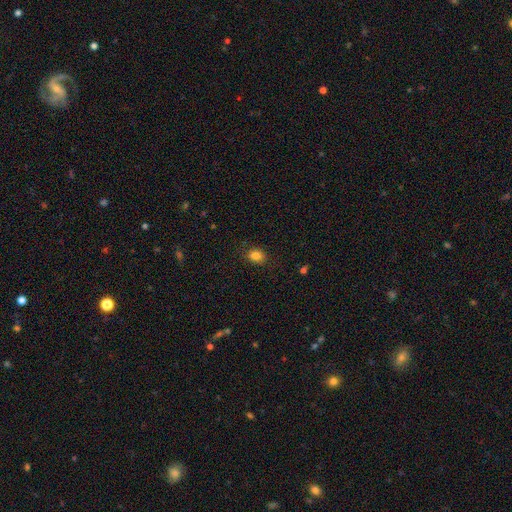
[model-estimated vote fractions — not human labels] The model was most divided on "how rounded": in between: 56%, round: 43%, cigar-shaped: 1%. More confident: merging — none (83%); smooth or featured — smooth (83%).